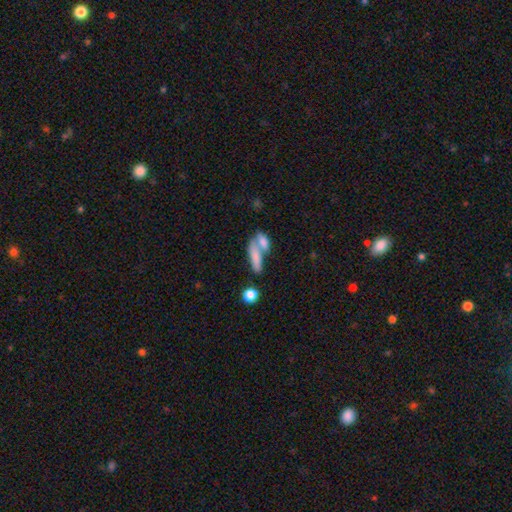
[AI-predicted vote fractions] The model was most divided on "how rounded": in between: 52%, cigar-shaped: 42%, round: 6%. More confident: smooth or featured — smooth (72%); merging — merger (54%).